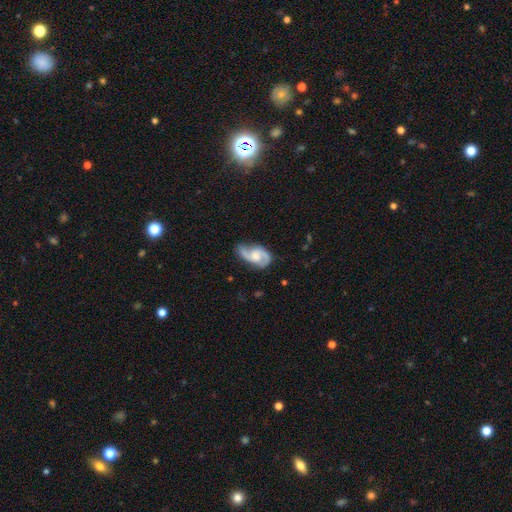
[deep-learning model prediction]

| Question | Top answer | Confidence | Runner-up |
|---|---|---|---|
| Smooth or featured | featured or disk | 86% | smooth (9%) |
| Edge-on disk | no | 97% | yes (3%) |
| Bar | no | 57% | weak (37%) |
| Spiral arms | yes | 97% | no (3%) |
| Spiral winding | medium | 51% | loose (30%) |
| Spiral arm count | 2 | 91% | can't tell (3%) |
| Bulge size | moderate | 47% | small (27%) |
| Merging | none | 66% | minor disturbance (22%) |